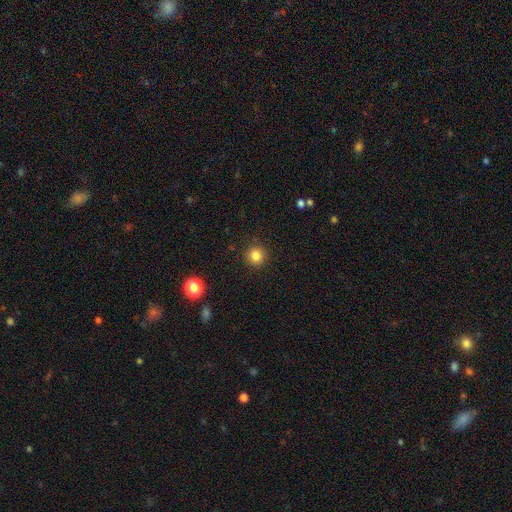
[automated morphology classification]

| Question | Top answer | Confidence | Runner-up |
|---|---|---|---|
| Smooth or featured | smooth | 83% | star or artifact (12%) |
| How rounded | round | 93% | in between (6%) |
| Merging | none | 91% | minor disturbance (6%) |